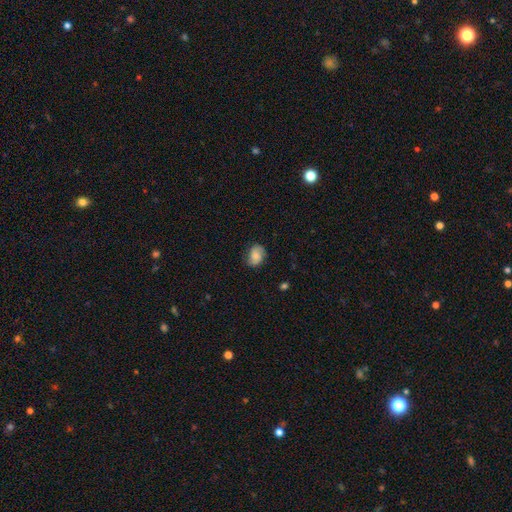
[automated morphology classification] This appears to be a smooth galaxy with no disk features (62%) that is in between round and cigar-shaped (64%). Merging: none (73%).